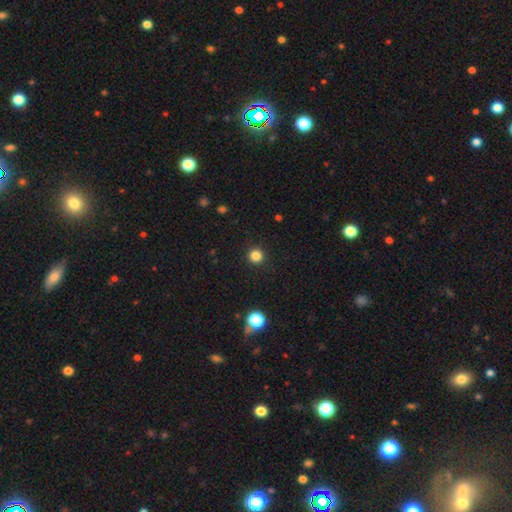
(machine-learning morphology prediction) This appears to be a smooth galaxy with no disk features (84%) that is round (95%). Merging: none (93%).